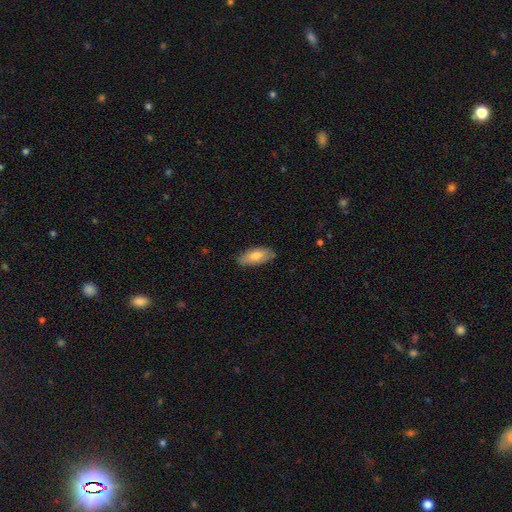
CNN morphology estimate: A smooth galaxy with no disk features (76%) that is in between round and cigar-shaped (83%). Merging: none (80%).